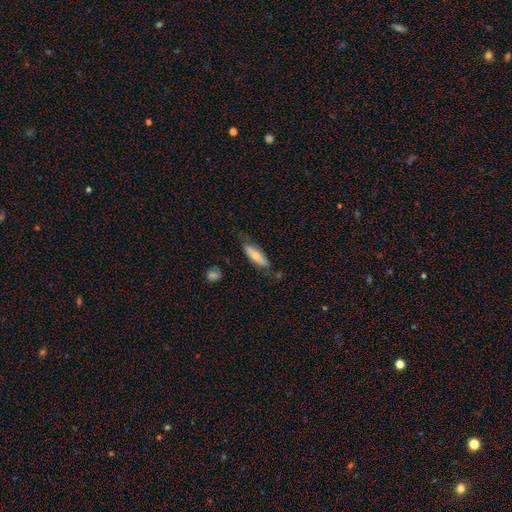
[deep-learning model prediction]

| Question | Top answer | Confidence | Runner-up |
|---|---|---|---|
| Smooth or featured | smooth | 60% | featured or disk (34%) |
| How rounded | in between | 58% | cigar-shaped (39%) |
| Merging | none | 67% | minor disturbance (24%) |